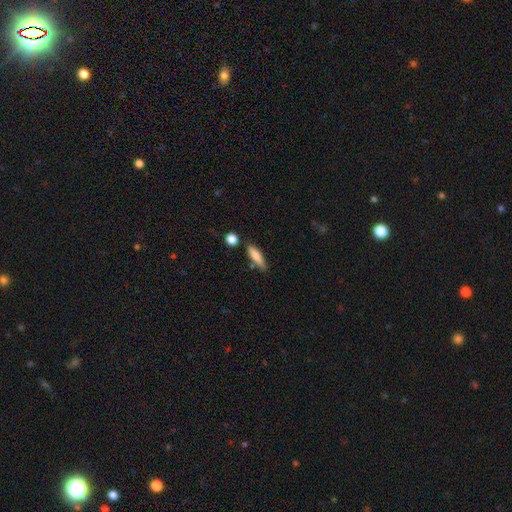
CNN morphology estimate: A smooth galaxy with no disk features (73%) that is cigar-shaped (65%).

Vote fractions:
- Smooth or featured? smooth: 73% / featured or disk: 20% / star or artifact: 7%
- How rounded? cigar-shaped: 65% / in between: 32% / round: 3%
- Merging? none: 70% / minor disturbance: 19% / merger: 7% / major disturbance: 4%